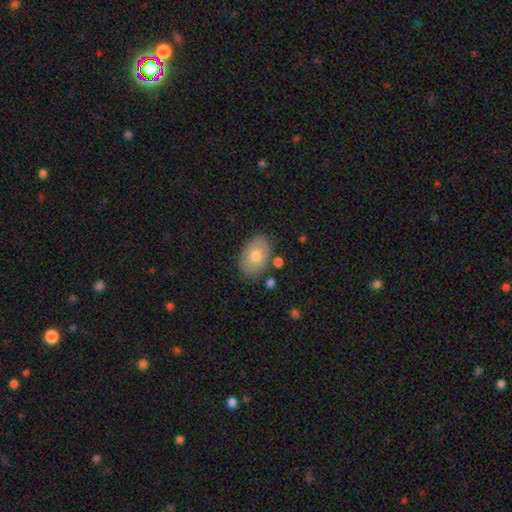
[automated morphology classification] Overall: smooth (68%). How rounded: in between (85%). Merging: none (79%).